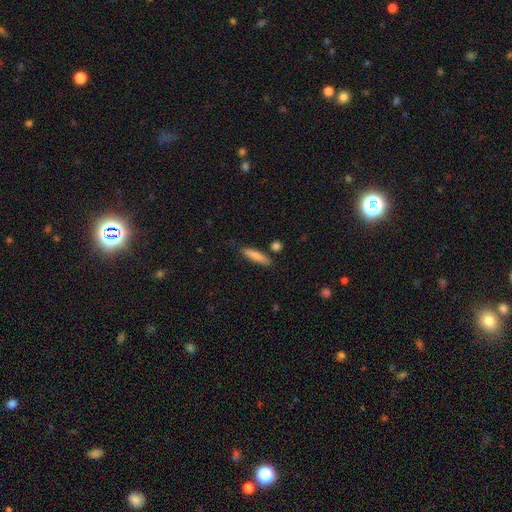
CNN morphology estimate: smooth 79%, featured or disk 15%, star or artifact 6%. Down the decision tree: how rounded — cigar-shaped (84%); merging — none (83%).